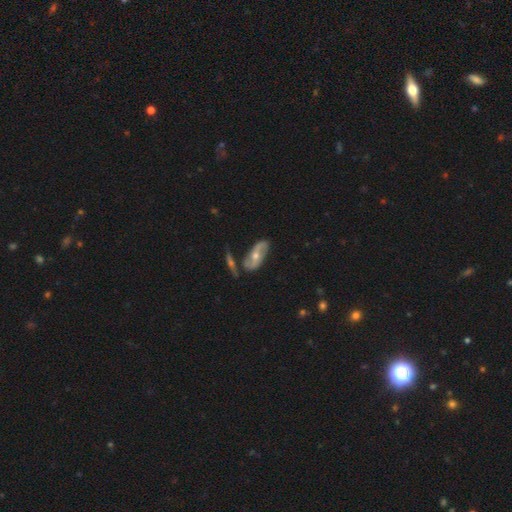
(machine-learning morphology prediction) The model was most divided on "spiral winding": medium: 39%, loose: 35%, tight: 26%. More confident: edge-on disk — no (87%); spiral arm count — 2 (81%); spiral arms — yes (81%); smooth or featured — featured or disk (73%); merging — none (63%); bulge size — moderate (61%); bar — no (56%).